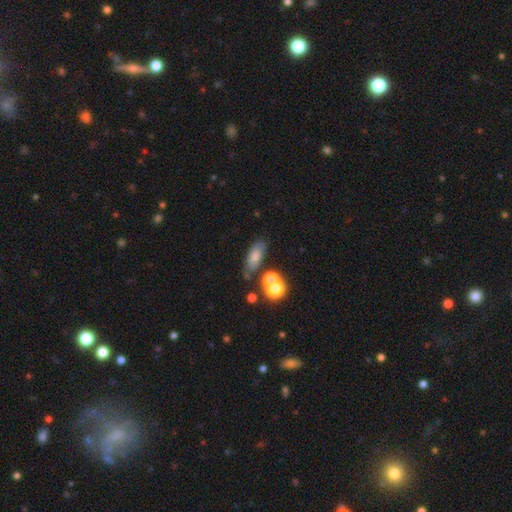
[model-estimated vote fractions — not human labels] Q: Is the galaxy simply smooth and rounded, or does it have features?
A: smooth — 68%.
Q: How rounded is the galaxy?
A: in between — 70%.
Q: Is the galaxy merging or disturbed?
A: none — 61%.